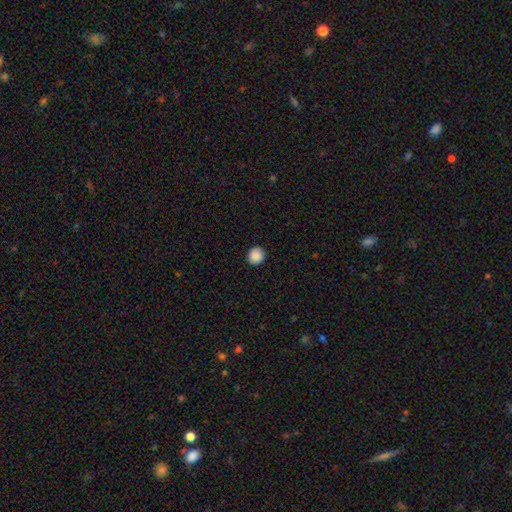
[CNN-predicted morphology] A smooth galaxy with no disk features (89%) that is round (84%).

Vote fractions:
- Smooth or featured? smooth: 89% / star or artifact: 8% / featured or disk: 3%
- How rounded? round: 84% / in between: 15% / cigar-shaped: 1%
- Merging? none: 92% / minor disturbance: 6% / major disturbance: 2% / merger: 1%